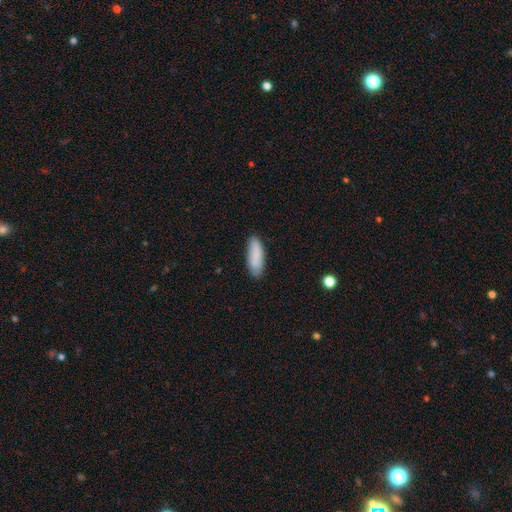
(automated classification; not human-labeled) Q: Smooth or featured?
A: smooth (85%); runner-up: featured or disk (9%)
Q: How rounded?
A: in between (64%); runner-up: cigar-shaped (34%)
Q: Merging?
A: none (82%); runner-up: minor disturbance (14%)